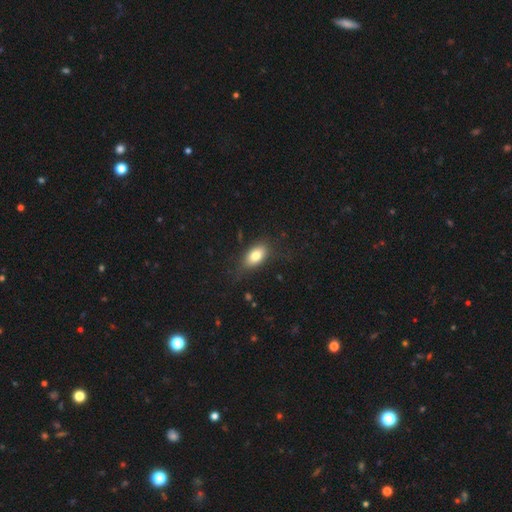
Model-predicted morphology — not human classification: The model was most divided on "merging": none: 76%, minor disturbance: 17%, major disturbance: 6%, merger: 1%. More confident: how rounded — in between (88%); smooth or featured — smooth (78%).